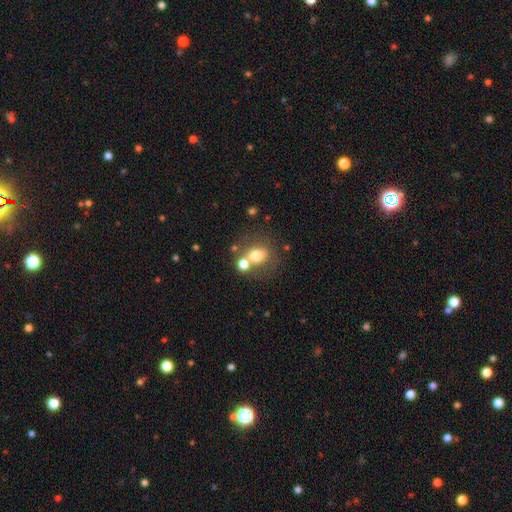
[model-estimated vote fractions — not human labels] Q: Smooth or featured?
A: smooth (70%); runner-up: featured or disk (17%)
Q: How rounded?
A: round (55%); runner-up: in between (44%)
Q: Merging?
A: none (54%); runner-up: merger (28%)